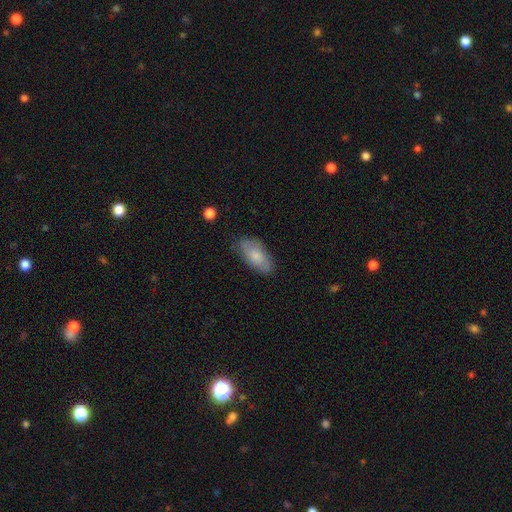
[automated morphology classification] smooth_or_featured: smooth (p=0.75) [alt: featured or disk p=0.19]
how_rounded: in between (p=0.91) [alt: cigar-shaped p=0.07]
merging: none (p=0.75) [alt: minor disturbance p=0.19]